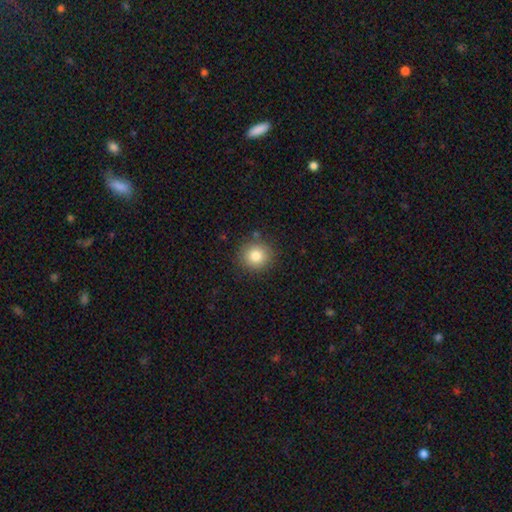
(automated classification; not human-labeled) This appears to be a smooth galaxy with no disk features (82%) that is round (92%). Merging: none (87%).